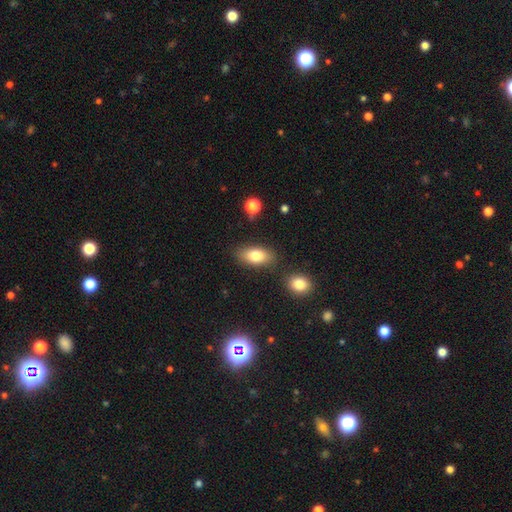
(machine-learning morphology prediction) Smooth or featured? smooth (80%)
How rounded? in between (89%)
Merging? none (79%)